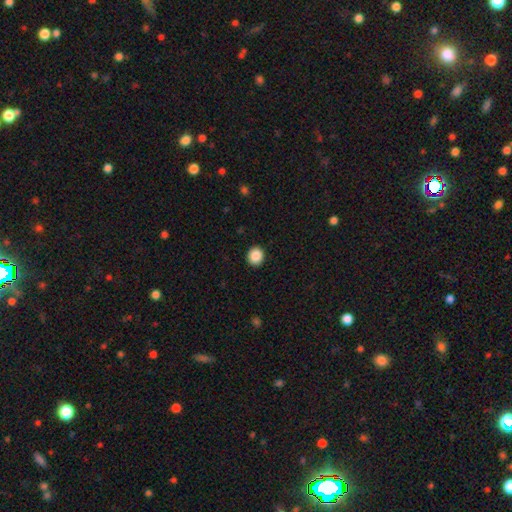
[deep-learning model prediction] Q: Smooth or featured?
A: smooth (88%); runner-up: star or artifact (9%)
Q: How rounded?
A: round (82%); runner-up: in between (17%)
Q: Merging?
A: none (92%); runner-up: minor disturbance (5%)